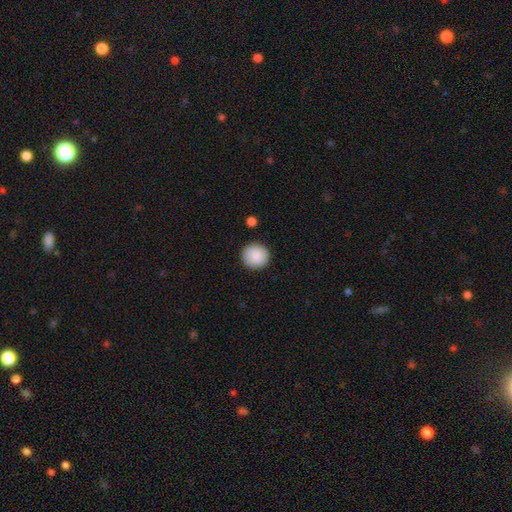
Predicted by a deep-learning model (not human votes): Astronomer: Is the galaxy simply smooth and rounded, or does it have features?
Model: smooth — 89%.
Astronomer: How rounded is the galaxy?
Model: round — 95%.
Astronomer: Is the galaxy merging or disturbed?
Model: none — 91%.